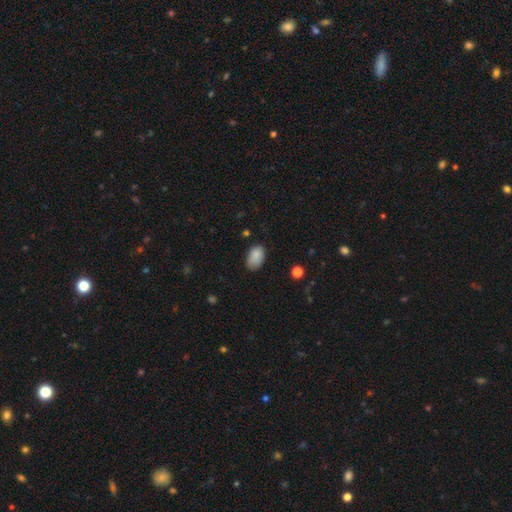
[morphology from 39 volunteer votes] A smooth galaxy with no disk features (90%) that is in between round and cigar-shaped (94%).

Vote fractions:
- Smooth or featured? smooth: 90% / star or artifact: 8% / featured or disk: 3%
- How rounded? in between: 94% / round: 6% / cigar-shaped: 0%
- Merging? none: 67% / minor disturbance: 22% / major disturbance: 8% / merger: 3%